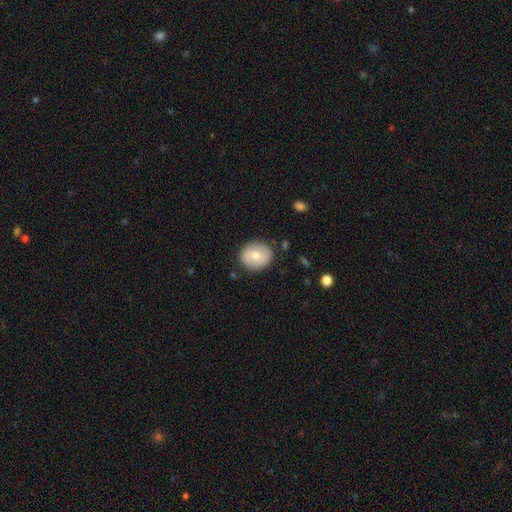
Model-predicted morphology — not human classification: A smooth galaxy with no disk features (68%) that is round (75%).

Vote fractions:
- Smooth or featured? smooth: 68% / featured or disk: 25% / star or artifact: 7%
- How rounded? round: 75% / in between: 25% / cigar-shaped: 1%
- Merging? none: 86% / minor disturbance: 10% / major disturbance: 2% / merger: 1%